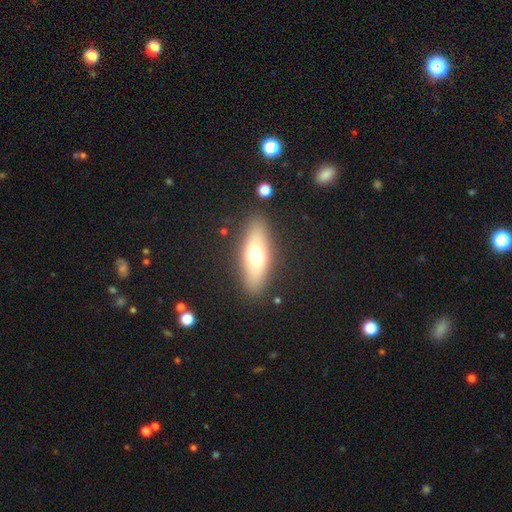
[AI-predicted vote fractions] Overall: smooth (62%; featured or disk 32%). How rounded: in between (55%; cigar-shaped 42%). Merging: none (86%).